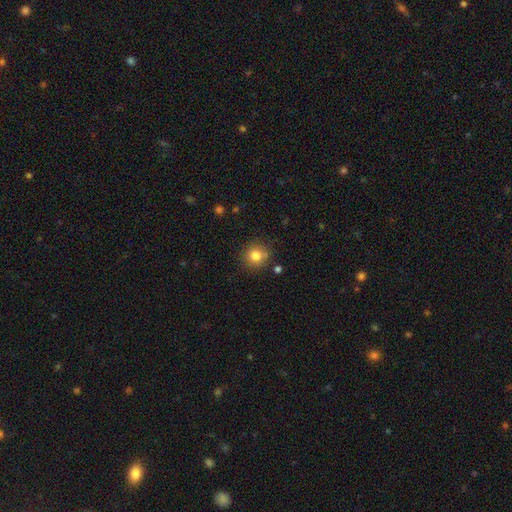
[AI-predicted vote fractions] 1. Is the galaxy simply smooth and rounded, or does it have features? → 81% smooth, 12% star or artifact, 8% featured or disk.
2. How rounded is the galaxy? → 90% round, 9% in between, 1% cigar-shaped.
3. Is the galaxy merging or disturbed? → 83% none, 10% minor disturbance, 4% merger, 3% major disturbance.